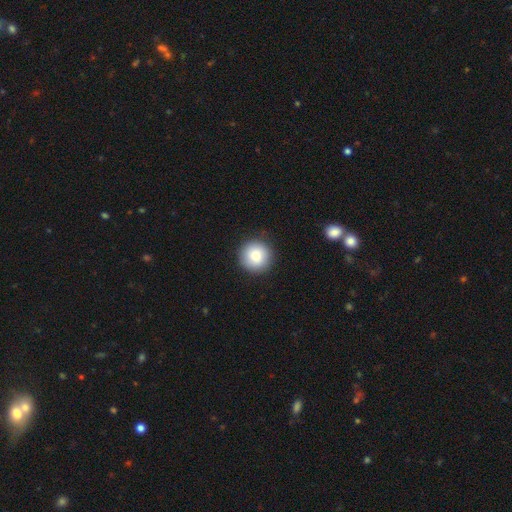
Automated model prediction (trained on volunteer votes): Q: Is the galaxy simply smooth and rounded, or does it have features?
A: smooth — 83%.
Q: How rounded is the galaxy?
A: round — 96%.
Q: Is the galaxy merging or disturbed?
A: none — 91%.